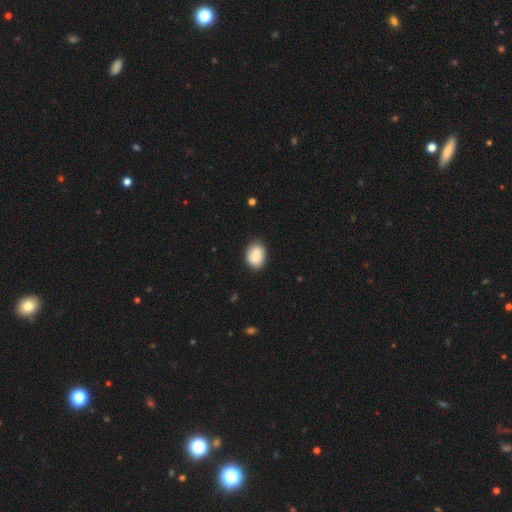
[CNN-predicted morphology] type=smooth (82%); roundness=in between (63%); merging=none (81%).